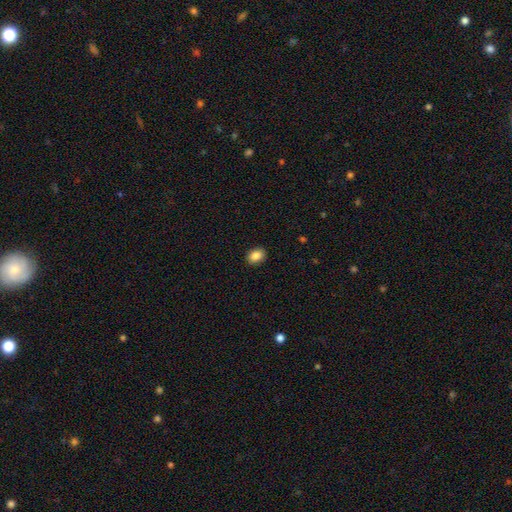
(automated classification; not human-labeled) smooth_or_featured: smooth (p=0.86) [alt: star or artifact p=0.09]
how_rounded: in between (p=0.67) [alt: round p=0.31]
merging: none (p=0.90) [alt: minor disturbance p=0.07]